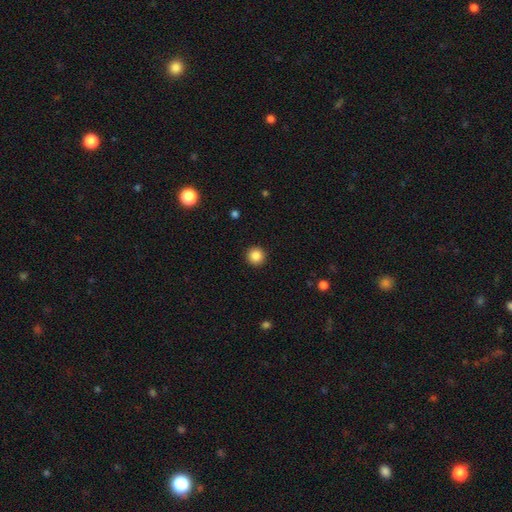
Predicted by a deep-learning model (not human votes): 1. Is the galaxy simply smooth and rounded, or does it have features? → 87% smooth, 10% star or artifact, 3% featured or disk.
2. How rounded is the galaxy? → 96% round, 3% in between, 1% cigar-shaped.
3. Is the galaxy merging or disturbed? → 93% none, 5% minor disturbance, 2% major disturbance, 1% merger.